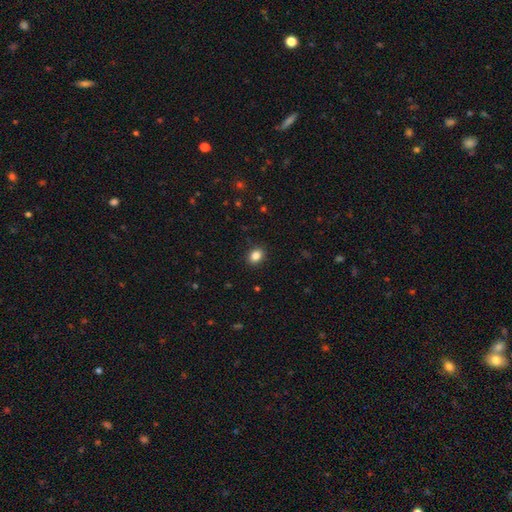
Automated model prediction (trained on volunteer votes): Smooth or featured: smooth — 85% (star or artifact — 10%)
How rounded: in between — 56% (round — 43%)
Merging: none — 90% (minor disturbance — 7%)